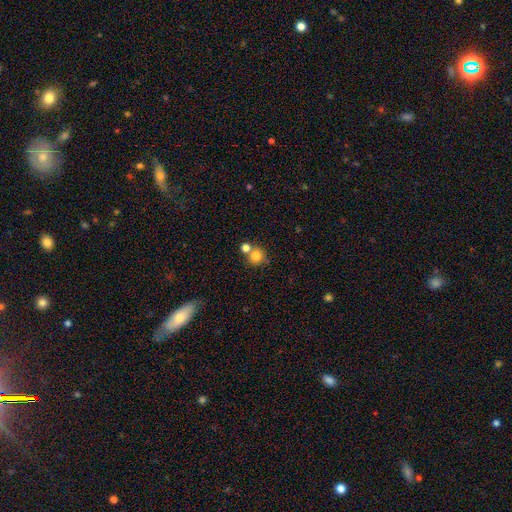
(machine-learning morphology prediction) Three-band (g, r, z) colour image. It shows a smooth galaxy with no disk features (79%) that is round (90%). Merging: none (59%).